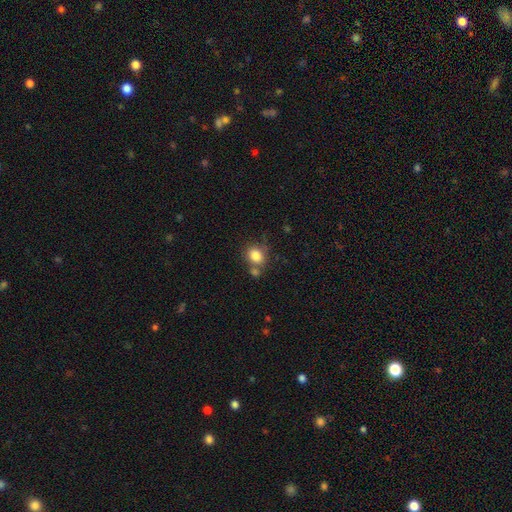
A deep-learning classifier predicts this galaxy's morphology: smooth_or_featured: smooth (p=0.83) [alt: star or artifact p=0.10]
how_rounded: round (p=0.58) [alt: in between p=0.41]
merging: none (p=0.58) [alt: merger p=0.22]